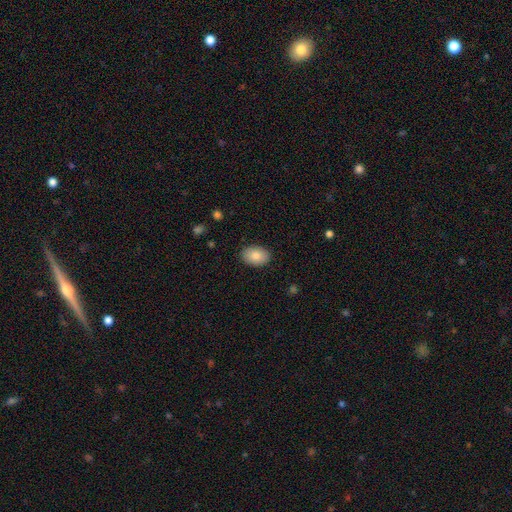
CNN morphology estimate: Smooth or featured? smooth (85%)
How rounded? in between (85%)
Merging? none (88%)